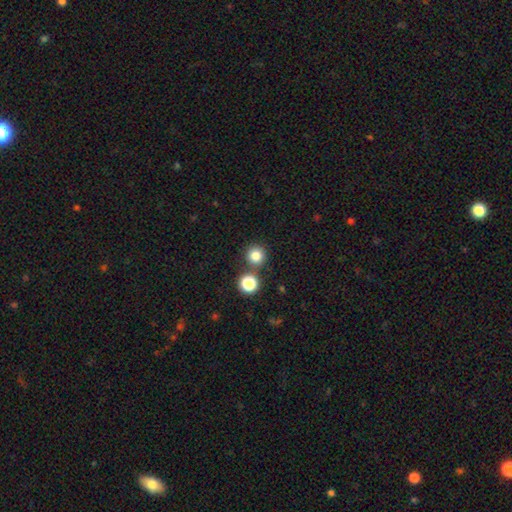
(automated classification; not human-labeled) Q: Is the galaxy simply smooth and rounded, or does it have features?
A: smooth — 80%.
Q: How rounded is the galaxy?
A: round — 94%.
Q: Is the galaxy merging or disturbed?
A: none — 79%.